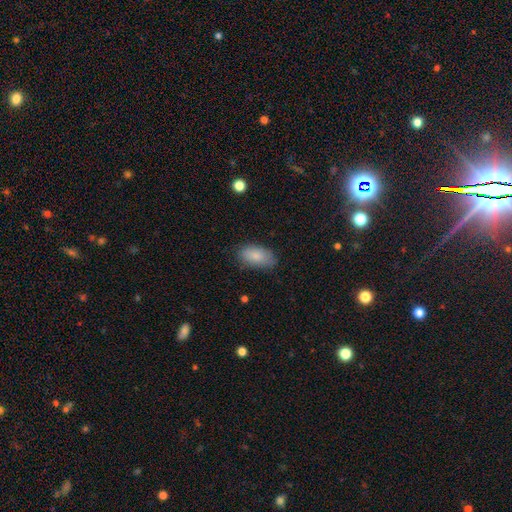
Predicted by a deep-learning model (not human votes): Smooth or featured? smooth (85%)
How rounded? in between (93%)
Merging? none (79%)